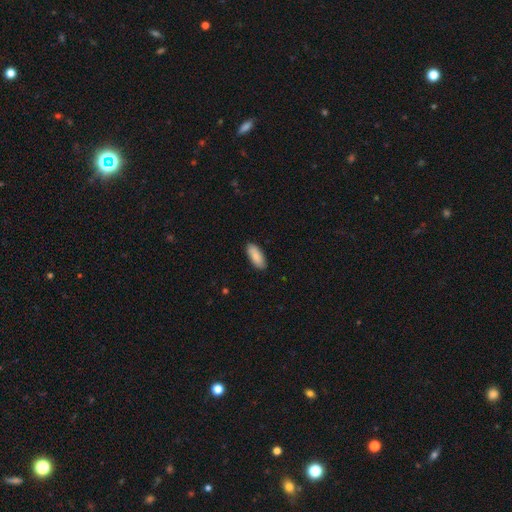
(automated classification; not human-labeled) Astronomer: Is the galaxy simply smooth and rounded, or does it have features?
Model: smooth — 86%.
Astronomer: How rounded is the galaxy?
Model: in between — 81%.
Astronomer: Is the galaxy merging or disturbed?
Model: none — 87%.